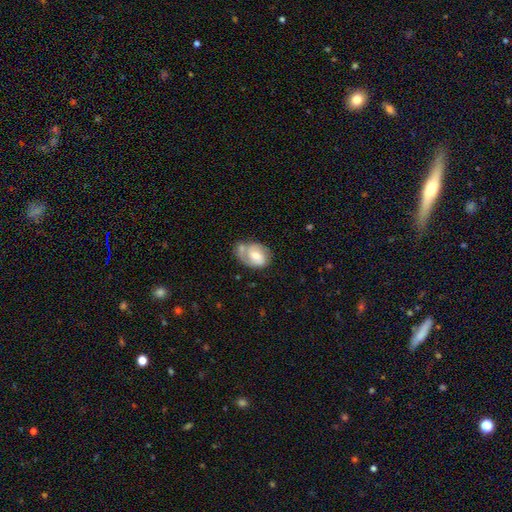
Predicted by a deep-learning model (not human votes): This appears to be a featured or disk galaxy (48%). Merging: none (40%).